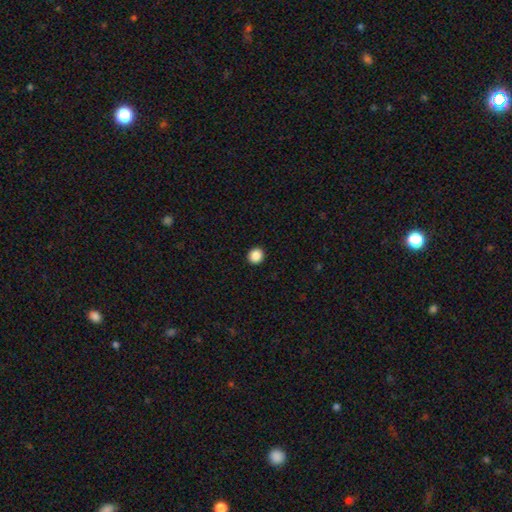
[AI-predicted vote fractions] The model was most divided on "how rounded": round: 88%, in between: 11%, cigar-shaped: 1%. More confident: merging — none (93%); smooth or featured — smooth (88%).